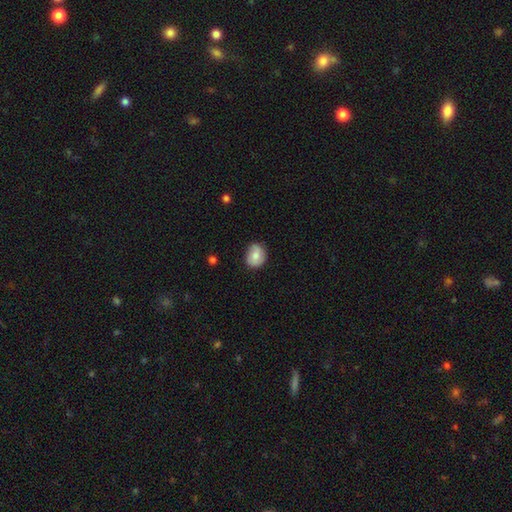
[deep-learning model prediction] Overall: smooth (72%). How rounded: round (65%; in between 34%). Merging: none (70%).